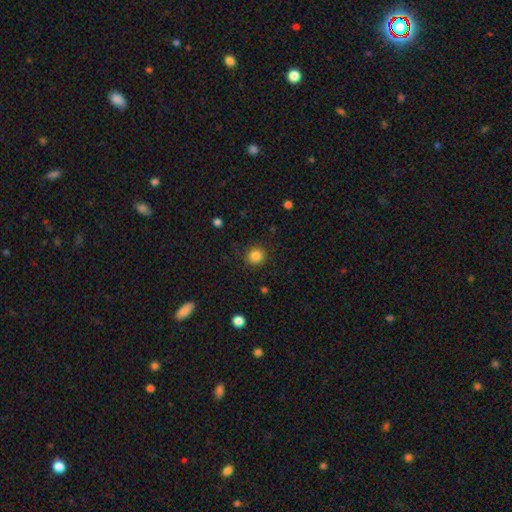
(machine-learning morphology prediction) A smooth galaxy with no disk features (84%) that is round (93%).

Vote fractions:
- Smooth or featured? smooth: 84% / star or artifact: 11% / featured or disk: 4%
- How rounded? round: 93% / in between: 6% / cigar-shaped: 1%
- Merging? none: 89% / minor disturbance: 7% / major disturbance: 2% / merger: 1%